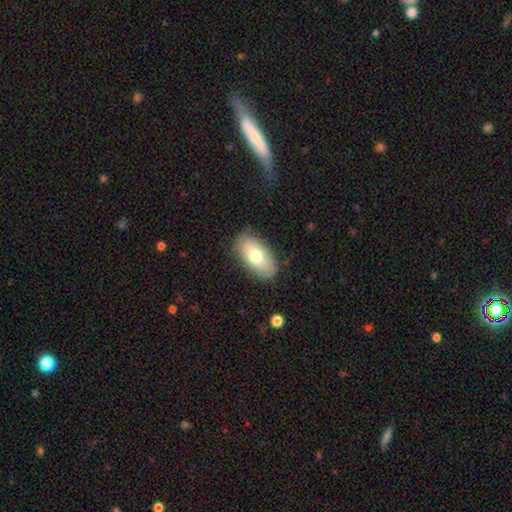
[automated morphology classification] The model was most divided on "smooth or featured": smooth: 71%, featured or disk: 22%, star or artifact: 7%. More confident: how rounded — in between (93%); merging — none (82%).